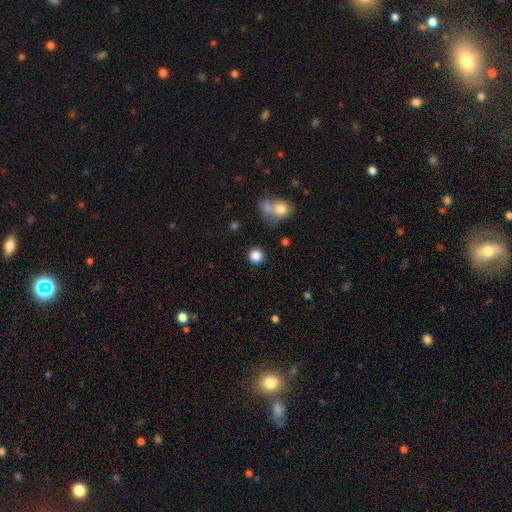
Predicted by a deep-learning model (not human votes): This appears to be a smooth galaxy with no disk features (85%) that is round (93%). Merging: none (88%).